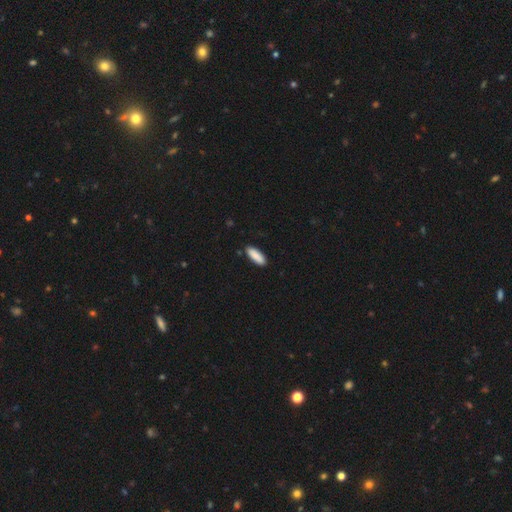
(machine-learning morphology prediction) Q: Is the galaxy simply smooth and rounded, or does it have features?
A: smooth — 90%.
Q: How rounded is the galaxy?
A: in between — 60%.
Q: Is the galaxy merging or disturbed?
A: none — 89%.